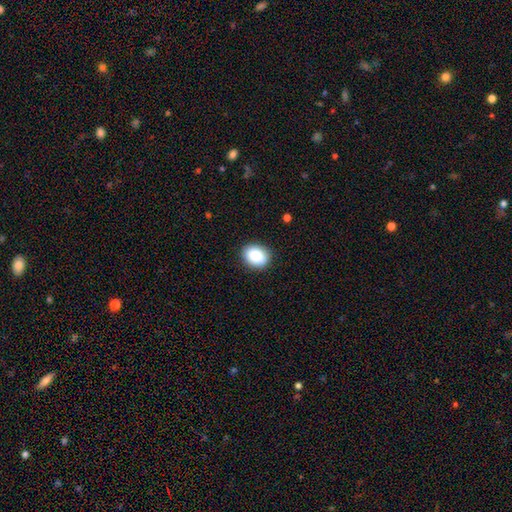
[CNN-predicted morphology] Smooth or featured?
  - smooth: 84% *
  - star or artifact: 8%
  - featured or disk: 7%
How rounded?
  - in between: 55% *
  - round: 44%
  - cigar-shaped: 1%
Merging?
  - none: 88% *
  - minor disturbance: 8%
  - major disturbance: 2%
  - merger: 1%